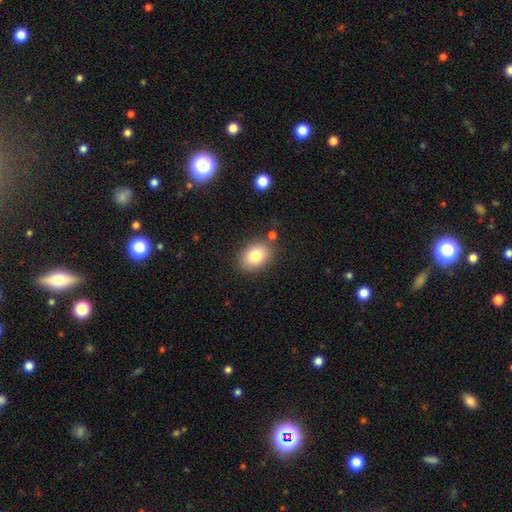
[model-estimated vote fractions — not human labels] smooth_or_featured: smooth (p=0.82) [alt: featured or disk p=0.09]
how_rounded: in between (p=0.76) [alt: round p=0.23]
merging: none (p=0.82) [alt: minor disturbance p=0.11]